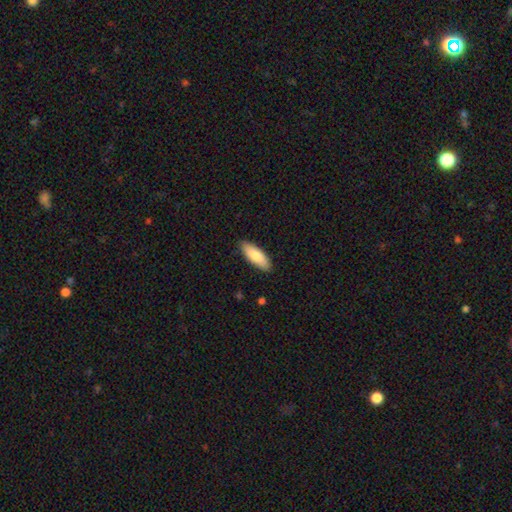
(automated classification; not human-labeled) A smooth galaxy with no disk features (82%) that is in between round and cigar-shaped (66%). Merging: none (88%).